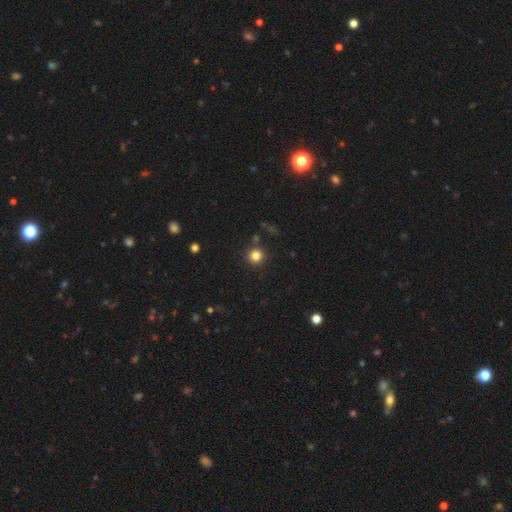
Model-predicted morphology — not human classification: Smooth or featured: smooth — 81% (star or artifact — 14%)
How rounded: round — 95% (in between — 4%)
Merging: none — 89% (minor disturbance — 6%)